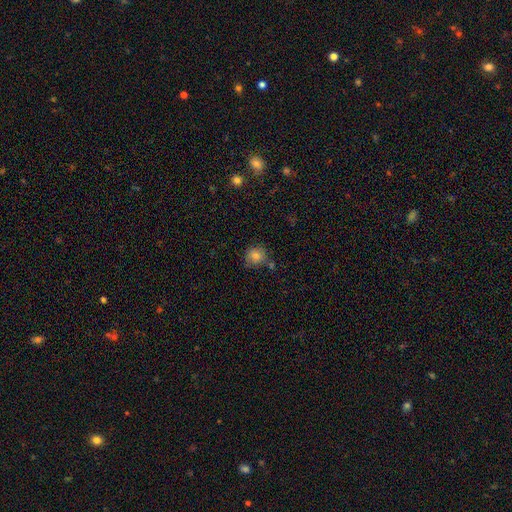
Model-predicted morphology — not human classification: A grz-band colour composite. It shows a smooth galaxy with no disk features (78%) that is round (85%). Merging: none (70%).